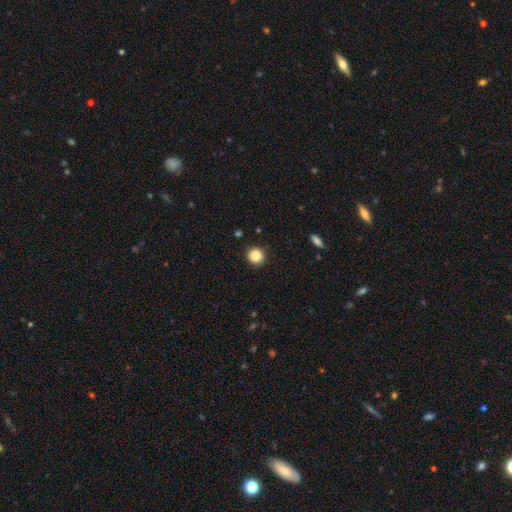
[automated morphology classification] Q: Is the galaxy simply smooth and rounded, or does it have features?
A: smooth — 86%.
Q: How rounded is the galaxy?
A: round — 93%.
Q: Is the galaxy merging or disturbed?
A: none — 91%.